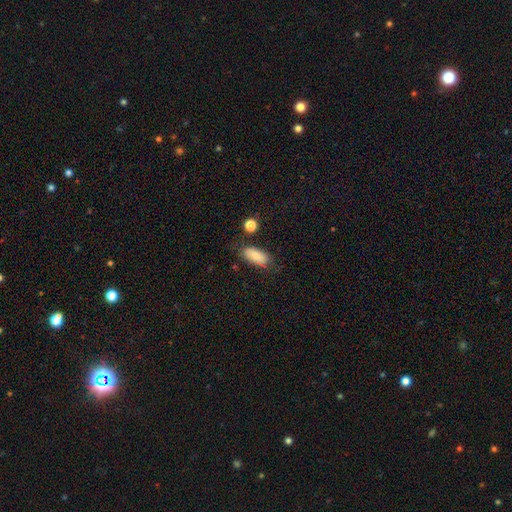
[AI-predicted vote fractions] Morphology: type=smooth (82%); roundness=in between (86%); merging=none (73%).